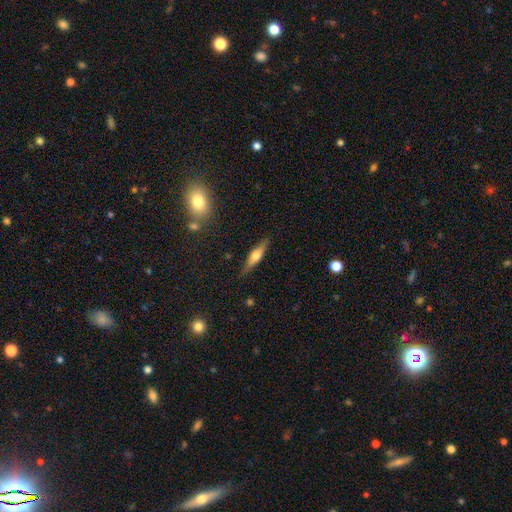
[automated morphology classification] smooth-or-featured: featured or disk: 50% | smooth: 43% | star or artifact: 7%
  merging: none: 85% | minor disturbance: 11% | major disturbance: 2% | merger: 2%